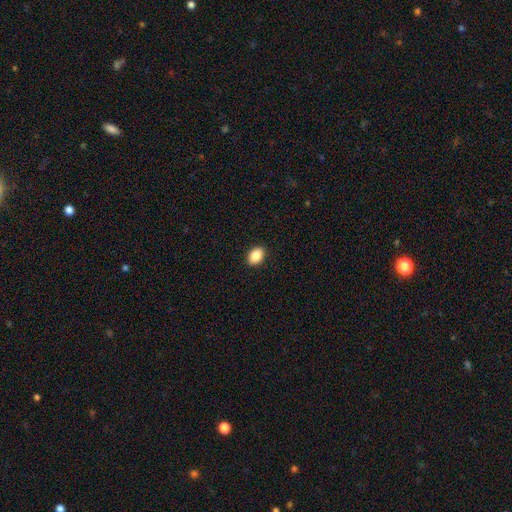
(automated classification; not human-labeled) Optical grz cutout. It shows a smooth galaxy with no disk features (87%) that is in between round and cigar-shaped (79%). Merging: none (91%).